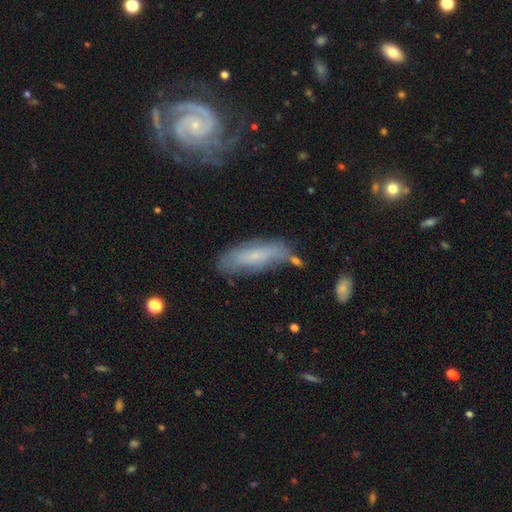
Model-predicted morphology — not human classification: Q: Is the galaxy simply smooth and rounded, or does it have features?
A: smooth — 51%.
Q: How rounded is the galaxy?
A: in between — 50%.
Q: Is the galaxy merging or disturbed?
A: none — 64%.